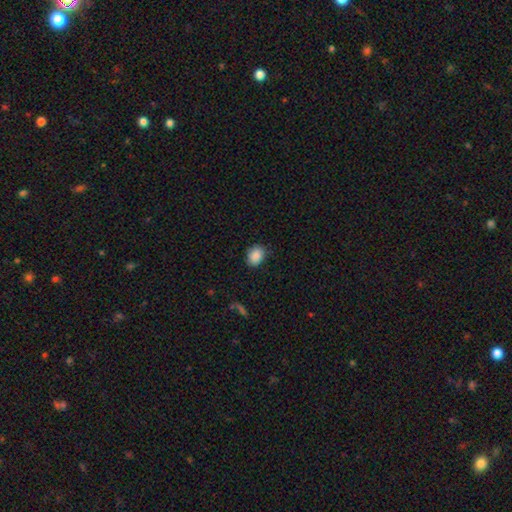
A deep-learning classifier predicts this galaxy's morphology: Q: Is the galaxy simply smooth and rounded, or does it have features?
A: smooth — 88%.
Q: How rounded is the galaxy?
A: in between — 62%.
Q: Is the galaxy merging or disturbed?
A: none — 81%.